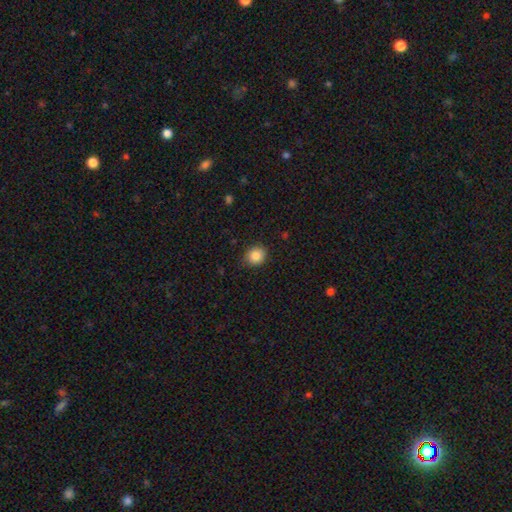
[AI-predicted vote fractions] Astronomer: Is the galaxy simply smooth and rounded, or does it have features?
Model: smooth — 86%.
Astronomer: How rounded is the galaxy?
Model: round — 73%.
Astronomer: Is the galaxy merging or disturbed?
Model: none — 86%.